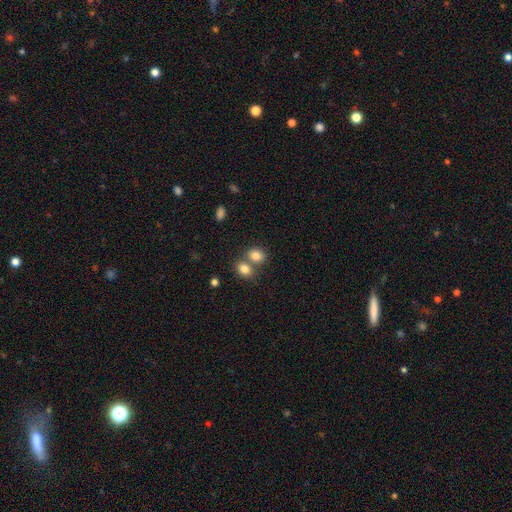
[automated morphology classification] Q: Smooth or featured?
A: smooth (82%); runner-up: star or artifact (10%)
Q: How rounded?
A: in between (51%); runner-up: round (48%)
Q: Merging?
A: none (45%); runner-up: merger (44%)